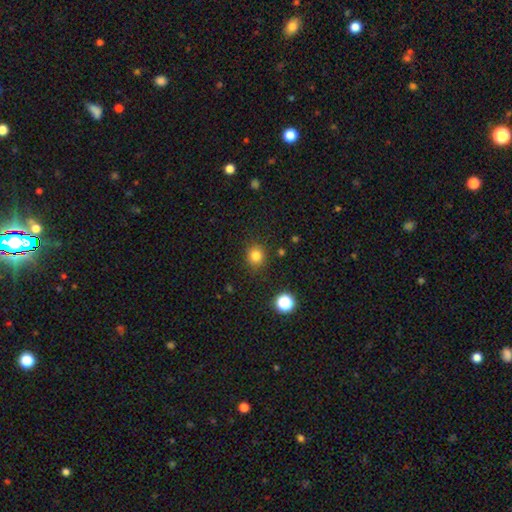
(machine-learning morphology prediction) Smooth or featured?
  - smooth: 81% *
  - star or artifact: 14%
  - featured or disk: 5%
How rounded?
  - round: 84% *
  - in between: 15%
  - cigar-shaped: 1%
Merging?
  - none: 87% *
  - minor disturbance: 9%
  - major disturbance: 3%
  - merger: 2%